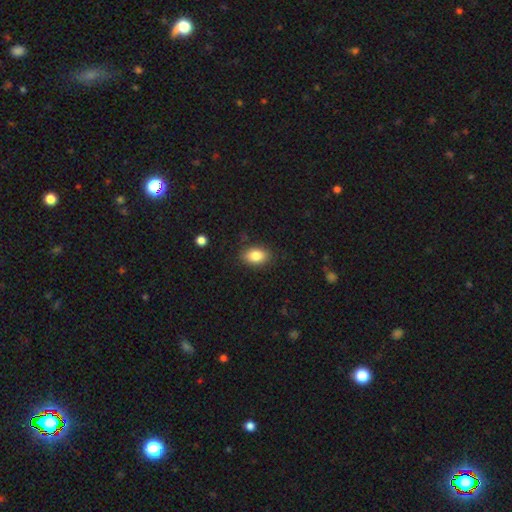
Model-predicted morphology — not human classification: Smooth or featured? Predicted: smooth (p=0.84). How rounded? Predicted: in between (p=0.85). Merging? Predicted: none (p=0.85).